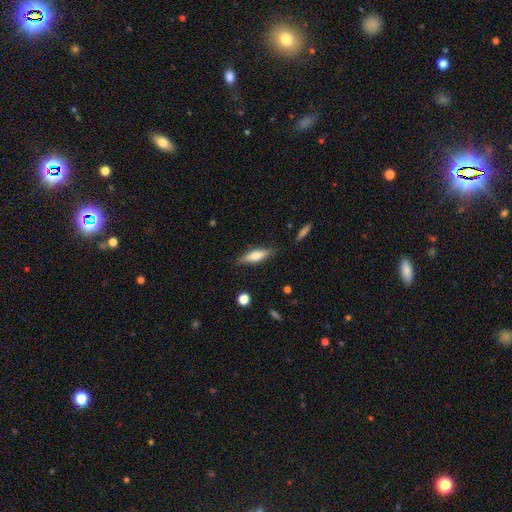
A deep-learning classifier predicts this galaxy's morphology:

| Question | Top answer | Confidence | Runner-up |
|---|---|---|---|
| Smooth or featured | smooth | 68% | featured or disk (26%) |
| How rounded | cigar-shaped | 56% | in between (43%) |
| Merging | none | 82% | minor disturbance (13%) |